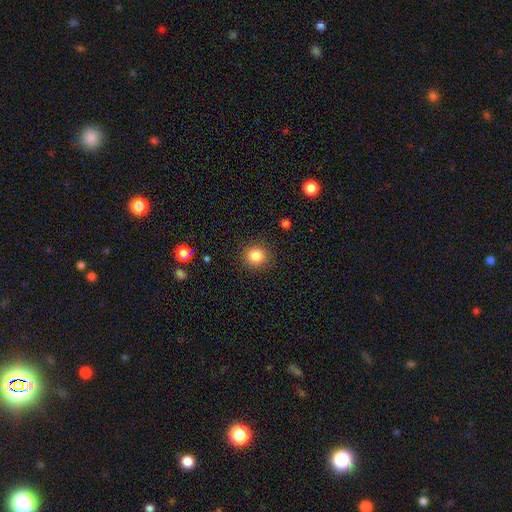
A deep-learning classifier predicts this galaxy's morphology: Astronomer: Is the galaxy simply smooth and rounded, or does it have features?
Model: smooth — 84%.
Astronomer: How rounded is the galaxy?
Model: round — 88%.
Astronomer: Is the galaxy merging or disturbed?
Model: none — 89%.